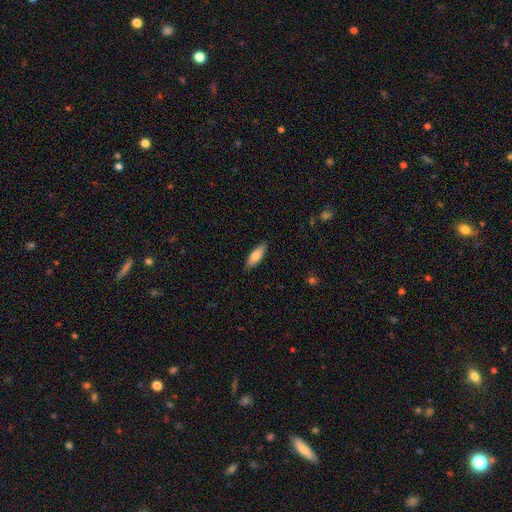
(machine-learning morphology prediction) This is likely a smooth galaxy (80%). How rounded: likely in between (61%). Merging: clearly none (87%).